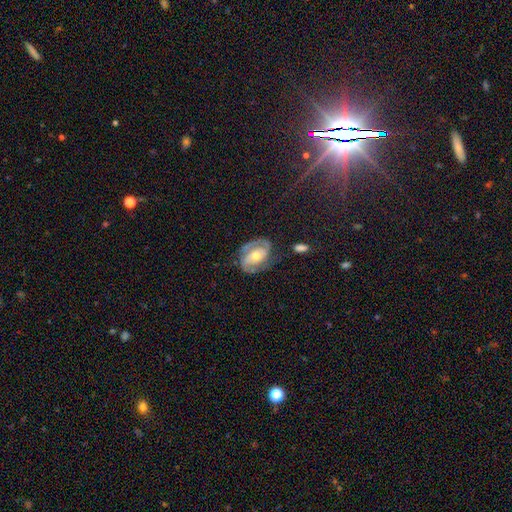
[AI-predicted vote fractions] Smooth or featured? Predicted: featured or disk (p=0.82). Edge-on disk? Predicted: no (p=0.97). Bar? Predicted: no (p=0.50). Spiral arms? Predicted: yes (p=0.93). Spiral winding? Predicted: tight (p=0.49). Spiral arm count? Predicted: 2 (p=0.84). Bulge size? Predicted: moderate (p=0.65). Merging? Predicted: none (p=0.70).